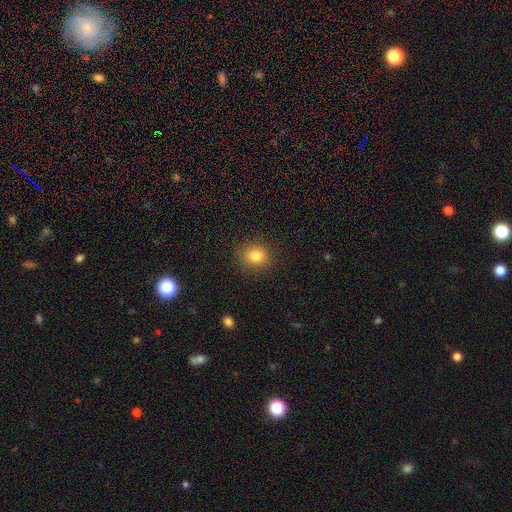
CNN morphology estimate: A smooth galaxy with no disk features (82%) that is round (82%). Merging: none (88%).